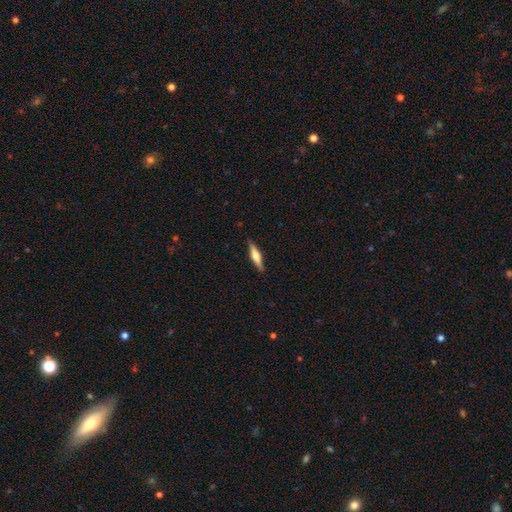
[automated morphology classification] Smooth or featured? Predicted: smooth (p=0.48). Merging? Predicted: none (p=0.89).